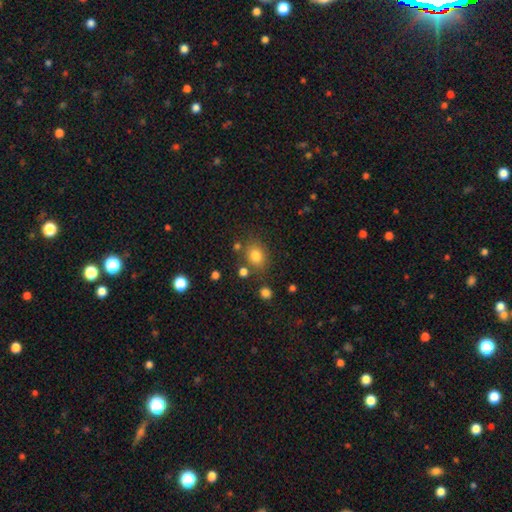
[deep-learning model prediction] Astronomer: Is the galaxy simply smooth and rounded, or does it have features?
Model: smooth — 80%.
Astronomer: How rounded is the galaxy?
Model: round — 54% (runner-up: in between, 45%).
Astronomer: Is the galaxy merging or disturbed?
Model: none — 74%.